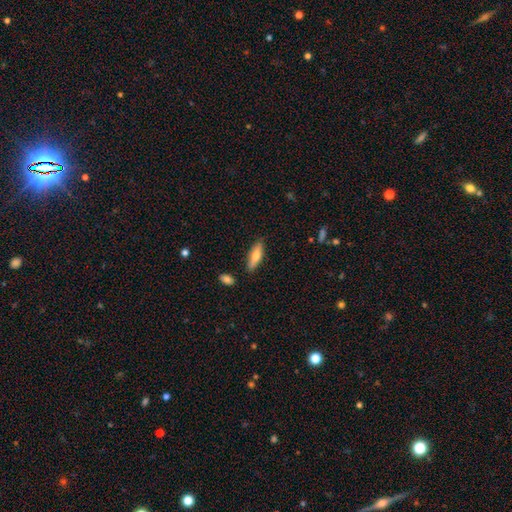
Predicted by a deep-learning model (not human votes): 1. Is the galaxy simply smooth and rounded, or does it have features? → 72% smooth, 22% featured or disk, 6% star or artifact.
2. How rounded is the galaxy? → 54% cigar-shaped, 44% in between, 2% round.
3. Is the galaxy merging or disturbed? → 83% none, 12% minor disturbance, 3% merger, 2% major disturbance.